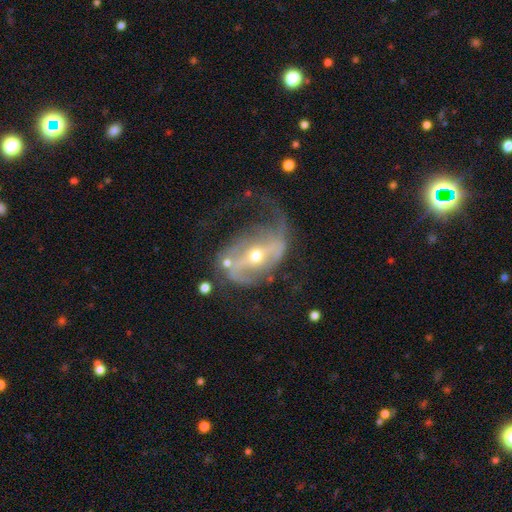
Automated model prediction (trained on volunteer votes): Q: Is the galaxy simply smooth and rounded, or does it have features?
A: featured or disk — 86%.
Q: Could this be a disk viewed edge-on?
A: no — 95%.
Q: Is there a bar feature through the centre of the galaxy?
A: strong — 56%.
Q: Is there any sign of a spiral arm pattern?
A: yes — 90%.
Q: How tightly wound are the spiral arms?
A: loose — 52%.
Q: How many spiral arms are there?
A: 2 — 69%.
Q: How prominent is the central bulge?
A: moderate — 50%.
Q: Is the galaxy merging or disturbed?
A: none — 42%.